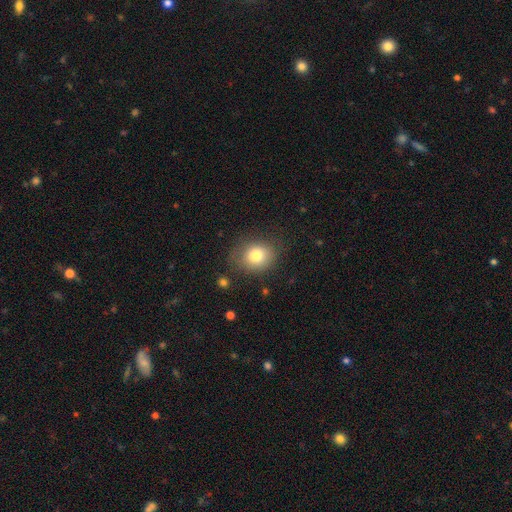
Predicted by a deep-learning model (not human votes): Smooth or featured: smooth — 79% (featured or disk — 11%)
How rounded: round — 59% (in between — 40%)
Merging: none — 73% (minor disturbance — 18%)